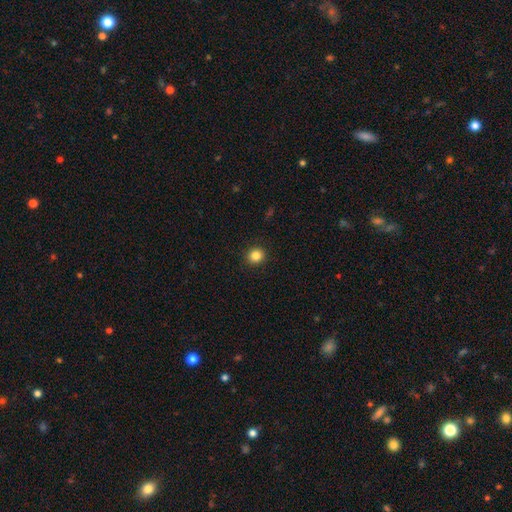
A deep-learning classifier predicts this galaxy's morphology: smooth_or_featured: smooth (p=0.84) [alt: star or artifact p=0.11]
how_rounded: round (p=0.88) [alt: in between p=0.12]
merging: none (p=0.92) [alt: minor disturbance p=0.05]